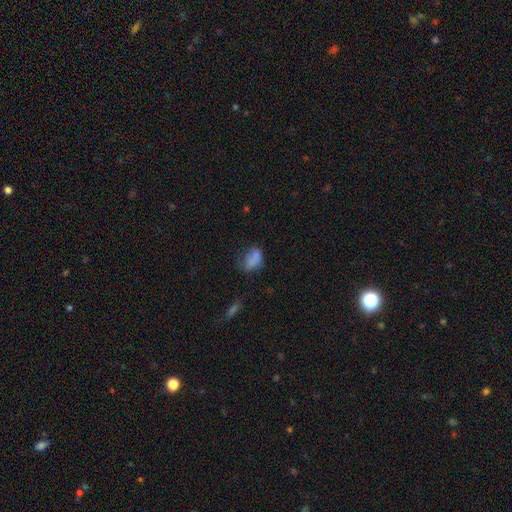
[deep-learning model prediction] Smooth or featured?
  - smooth: 51% *
  - star or artifact: 31%
  - featured or disk: 18%
How rounded?
  - in between: 74% *
  - round: 21%
  - cigar-shaped: 5%
Merging?
  - none: 63% *
  - minor disturbance: 19%
  - major disturbance: 12%
  - merger: 6%